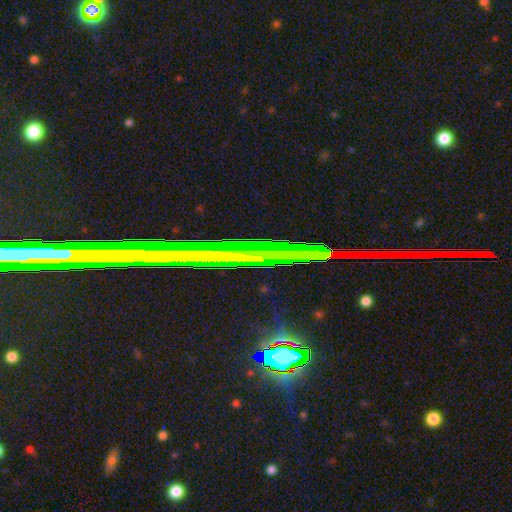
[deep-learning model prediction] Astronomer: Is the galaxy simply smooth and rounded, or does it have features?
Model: star or artifact — 68%.